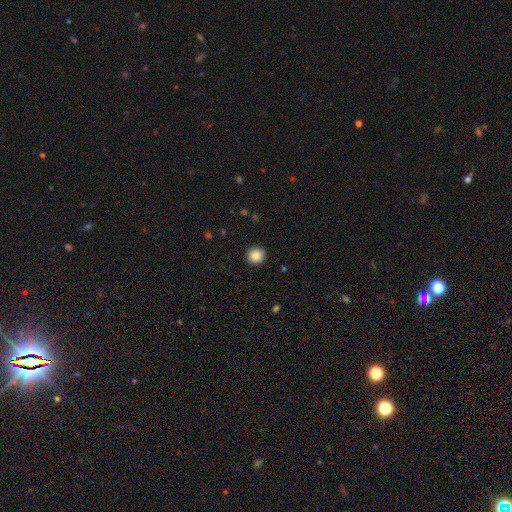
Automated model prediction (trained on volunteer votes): Overall: smooth (87%). How rounded: round (94%). Merging: none (92%).